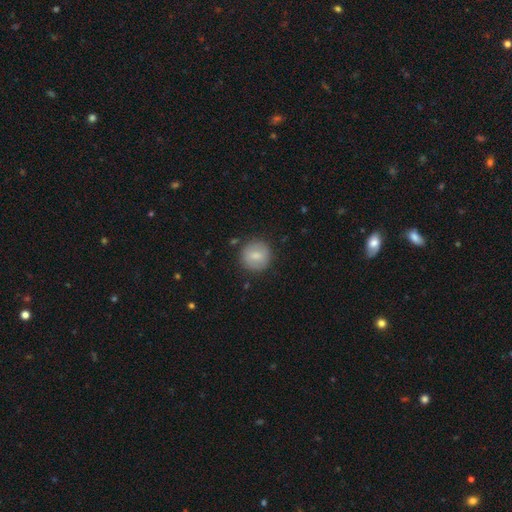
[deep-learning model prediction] Overall: smooth (77%). How rounded: round (93%). Merging: none (86%).